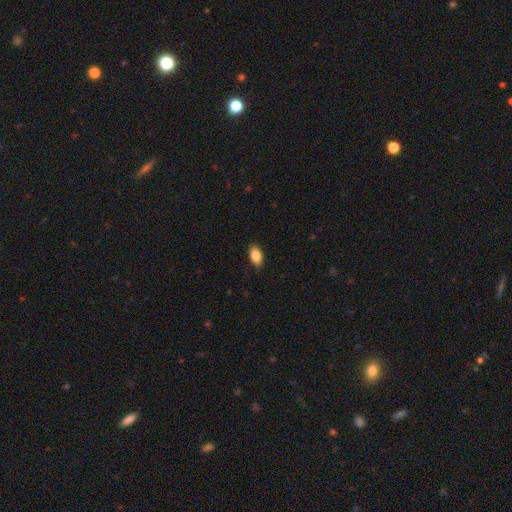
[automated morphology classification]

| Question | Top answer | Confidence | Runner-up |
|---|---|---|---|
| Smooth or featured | smooth | 86% | star or artifact (7%) |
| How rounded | in between | 92% | round (6%) |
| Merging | none | 89% | minor disturbance (9%) |